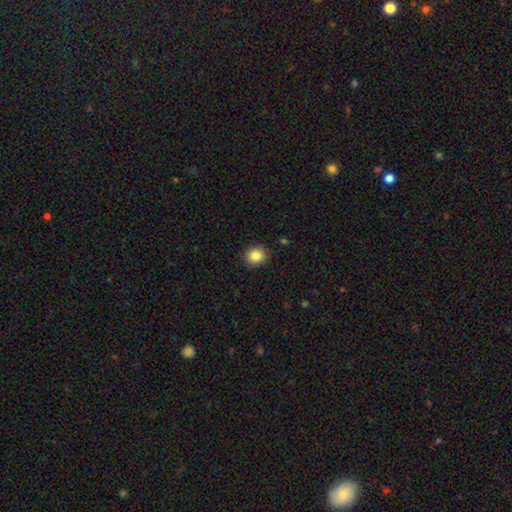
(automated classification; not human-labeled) This appears to be a smooth galaxy with no disk features (85%) that is round (77%). Merging: none (90%).